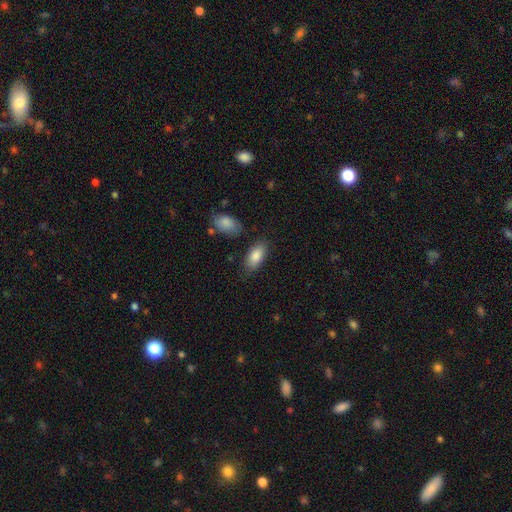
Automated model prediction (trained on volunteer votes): This is clearly a smooth galaxy (86%). How rounded: clearly in between (89%). Merging: likely none (79%).